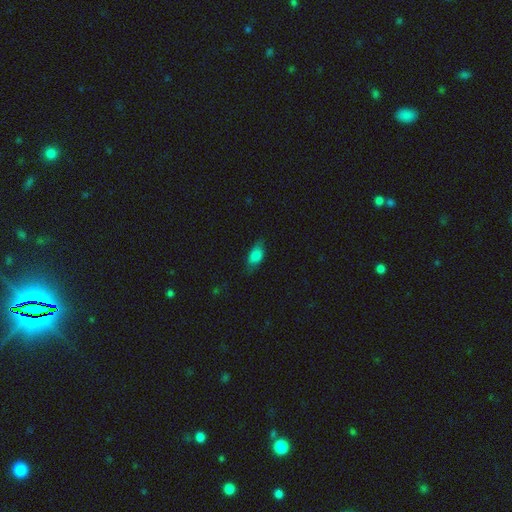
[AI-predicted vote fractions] Q: Smooth or featured?
A: smooth (79%); runner-up: featured or disk (13%)
Q: How rounded?
A: in between (85%); runner-up: cigar-shaped (10%)
Q: Merging?
A: none (68%); runner-up: minor disturbance (24%)